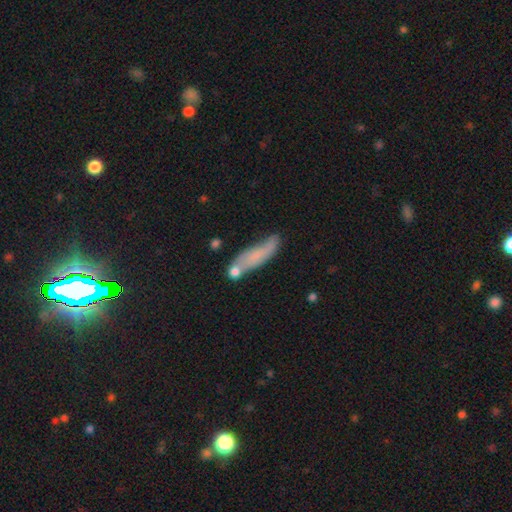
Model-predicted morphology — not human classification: The model was most divided on "merging": none: 49%, minor disturbance: 25%, merger: 15%, major disturbance: 10%. More confident: how rounded — cigar-shaped (66%); smooth or featured — smooth (61%).